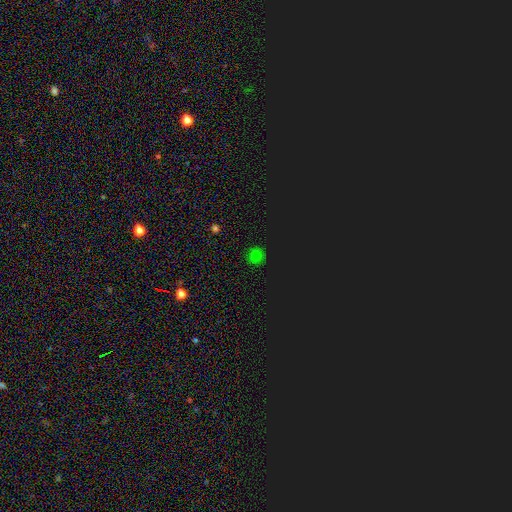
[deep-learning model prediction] This is likely a smooth galaxy (66%). How rounded: clearly round (92%). Merging: clearly none (90%).